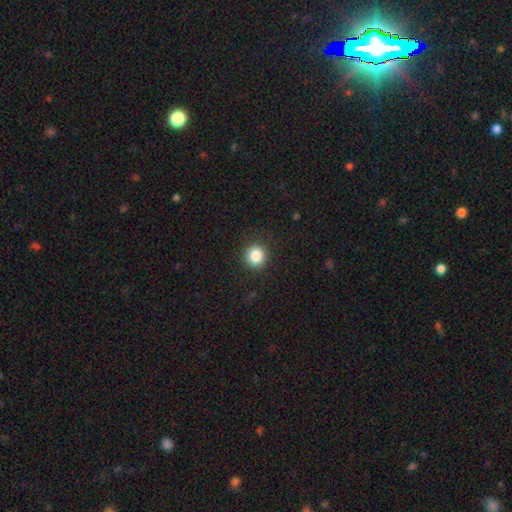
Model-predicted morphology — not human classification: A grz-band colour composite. It shows a smooth galaxy with no disk features (86%) that is round (89%). Merging: none (90%).